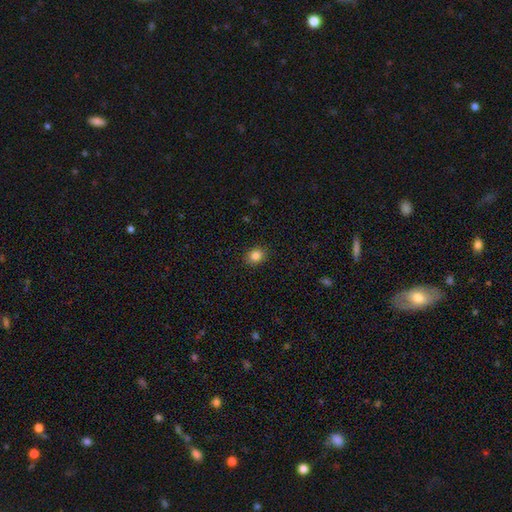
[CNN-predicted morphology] This appears to be a smooth galaxy with no disk features (84%) that is round (60%). Merging: none (90%).